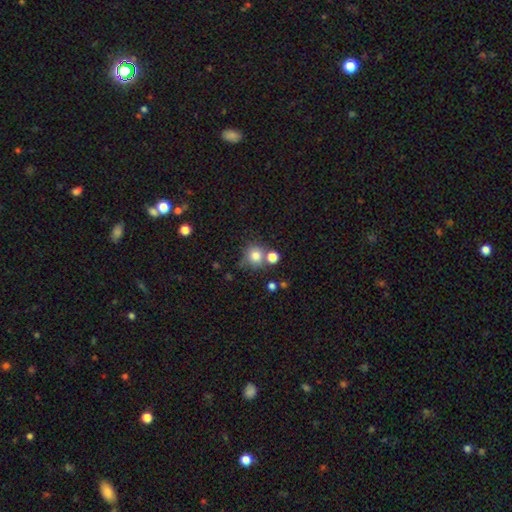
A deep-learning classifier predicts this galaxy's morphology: A smooth galaxy with no disk features (79%) that is round (88%). Merging: none (63%).